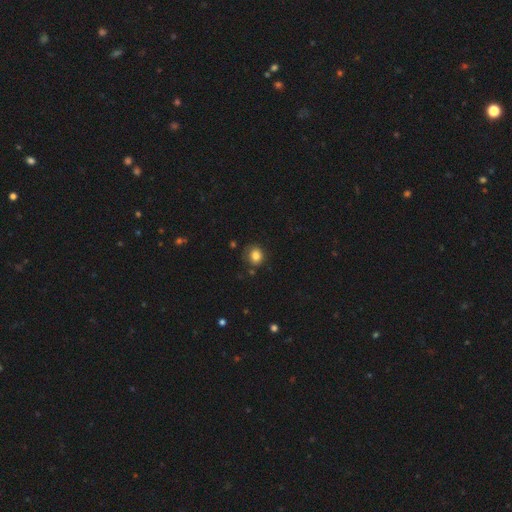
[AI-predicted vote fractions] smooth-or-featured: smooth: 82% | star or artifact: 11% | featured or disk: 7%
  how-rounded: round: 73% | in between: 26% | cigar-shaped: 1%
  merging: none: 75% | minor disturbance: 18% | major disturbance: 5% | merger: 3%